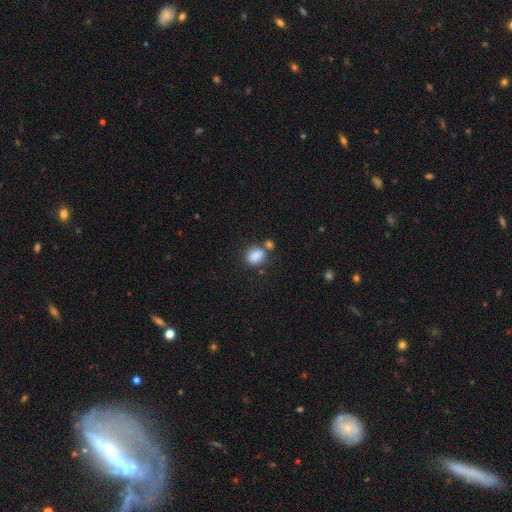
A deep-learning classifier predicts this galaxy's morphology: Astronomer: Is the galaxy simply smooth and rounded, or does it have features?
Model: smooth — 85%.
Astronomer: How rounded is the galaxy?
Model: in between — 61% (runner-up: round, 38%).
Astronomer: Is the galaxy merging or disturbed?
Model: none — 57%.